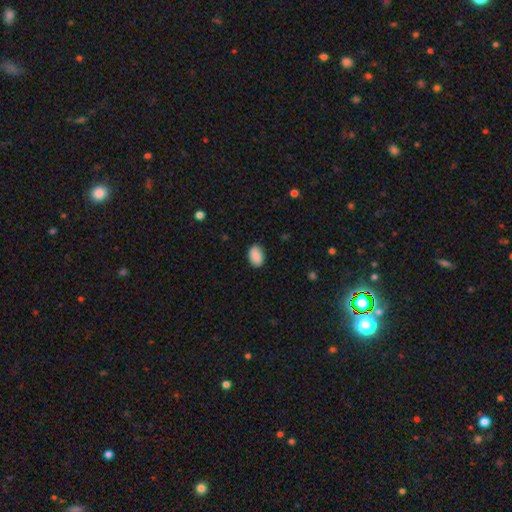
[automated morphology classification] type=smooth (87%); roundness=in between (87%); merging=none (85%).